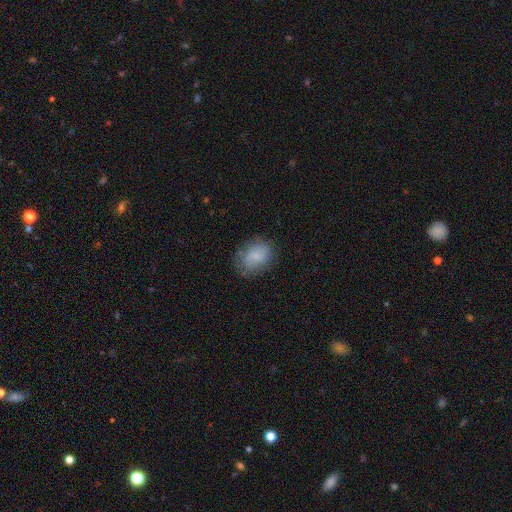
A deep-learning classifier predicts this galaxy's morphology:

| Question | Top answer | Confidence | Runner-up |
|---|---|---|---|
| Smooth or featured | smooth | 73% | featured or disk (18%) |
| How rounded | in between | 68% | round (31%) |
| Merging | none | 71% | minor disturbance (20%) |